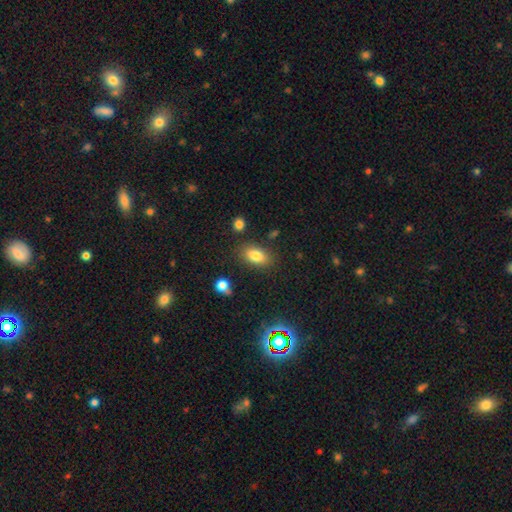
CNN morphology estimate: type=smooth (82%); roundness=in between (88%); merging=none (81%).